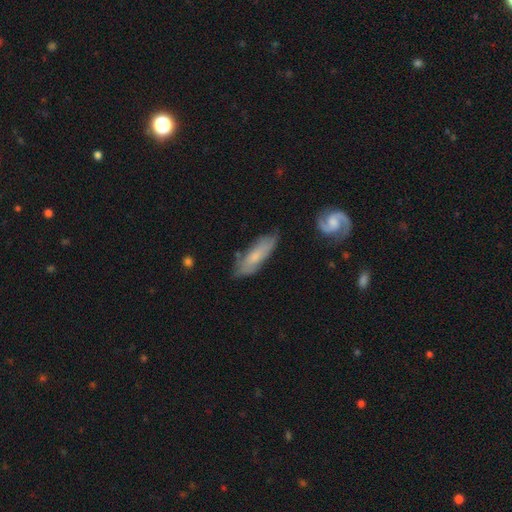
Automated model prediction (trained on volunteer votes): Morphology: type=smooth (53%); roundness=cigar-shaped (50%); merging=none (69%).